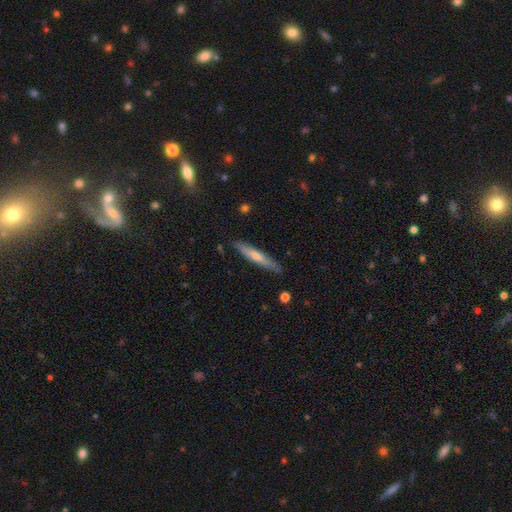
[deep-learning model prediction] A smooth galaxy with no disk features (50%) that is cigar-shaped (92%). Merging: none (87%).